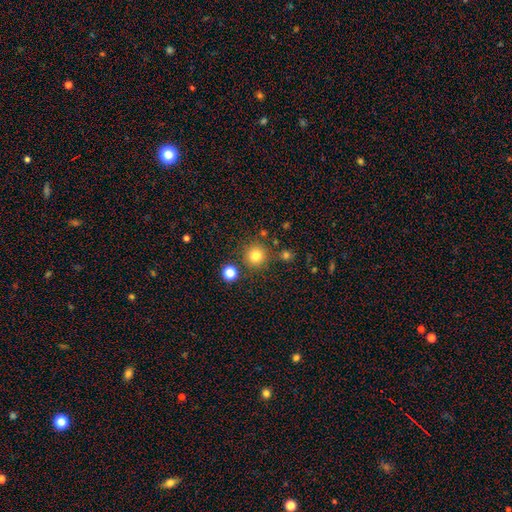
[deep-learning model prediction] Overall: smooth (81%). How rounded: round (95%). Merging: none (85%).